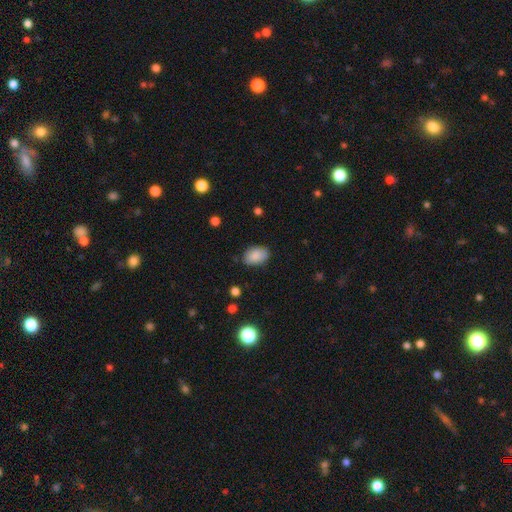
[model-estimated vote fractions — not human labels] smooth 87%, star or artifact 7%, featured or disk 5%. Down the decision tree: how rounded — in between (85%); merging — none (82%).